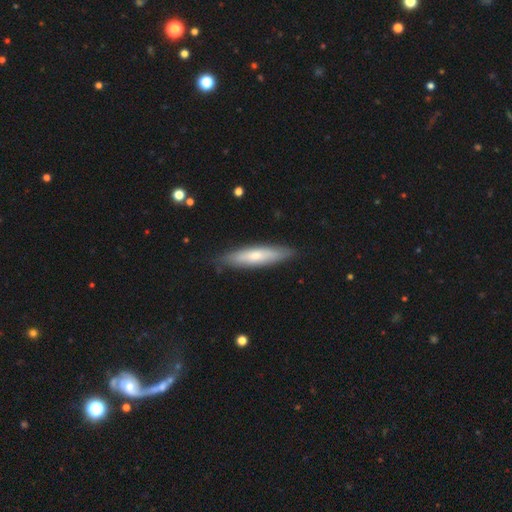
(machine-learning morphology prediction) Q: Smooth or featured?
A: smooth (58%); runner-up: featured or disk (37%)
Q: How rounded?
A: cigar-shaped (76%); runner-up: in between (23%)
Q: Merging?
A: none (85%); runner-up: minor disturbance (11%)